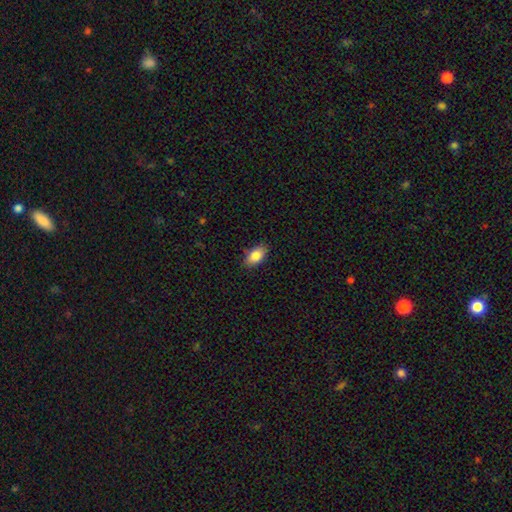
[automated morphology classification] A smooth galaxy with no disk features (85%) that is in between round and cigar-shaped (91%). Merging: none (85%).